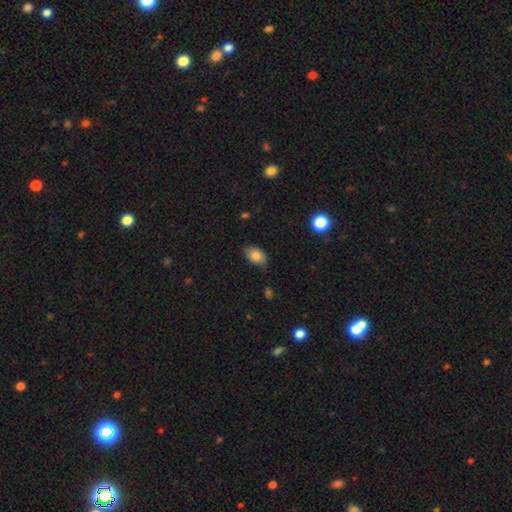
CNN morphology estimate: This is clearly a smooth galaxy (83%). How rounded: clearly in between (87%). Merging: likely none (71%).